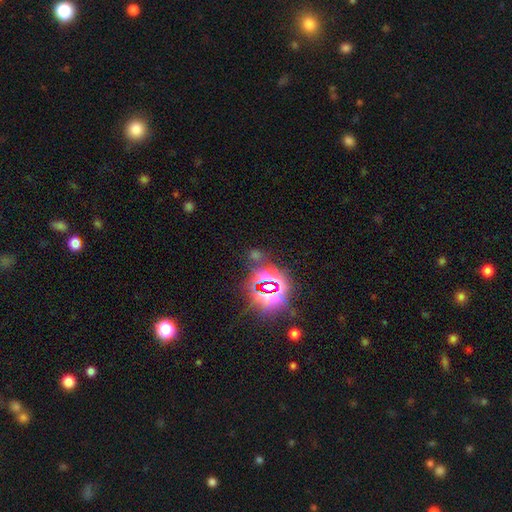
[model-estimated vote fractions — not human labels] A star or artifact, not a galaxy (75%).

Vote fractions:
- Smooth or featured? star or artifact: 75% / smooth: 17% / featured or disk: 8%